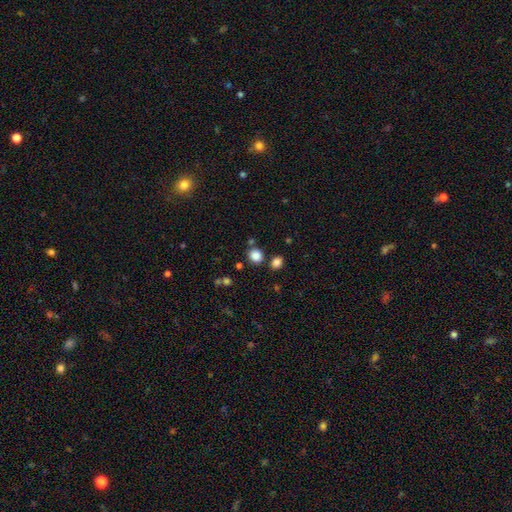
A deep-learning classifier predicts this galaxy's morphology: A smooth galaxy with no disk features (84%) that is round (81%).

Vote fractions:
- Smooth or featured? smooth: 84% / star or artifact: 12% / featured or disk: 4%
- How rounded? round: 81% / in between: 18% / cigar-shaped: 1%
- Merging? none: 79% / merger: 10% / minor disturbance: 8% / major disturbance: 3%